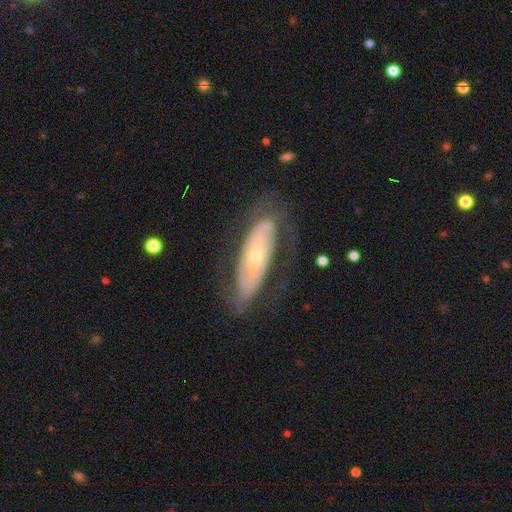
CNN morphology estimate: Smooth or featured? Predicted: featured or disk (p=0.73). Edge-on disk? Predicted: no (p=0.82). Bar? Predicted: no (p=0.74). Spiral arms? Predicted: yes (p=0.70). Bulge size? Predicted: small (p=0.66). Merging? Predicted: none (p=0.66).